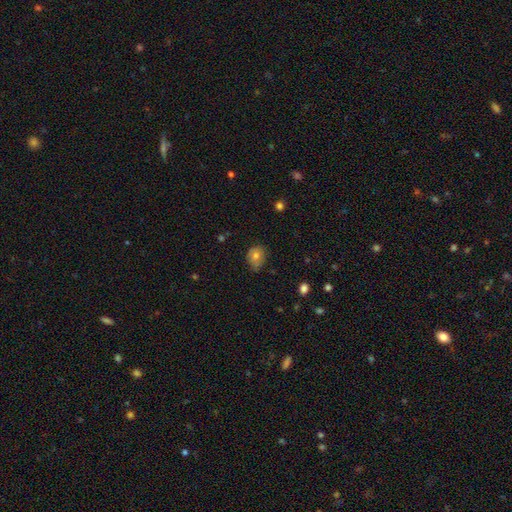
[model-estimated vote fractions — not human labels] A smooth galaxy with no disk features (73%) that is round (51%).

Vote fractions:
- Smooth or featured? smooth: 73% / featured or disk: 17% / star or artifact: 10%
- How rounded? round: 51% / in between: 48% / cigar-shaped: 1%
- Merging? none: 65% / minor disturbance: 29% / major disturbance: 5% / merger: 2%